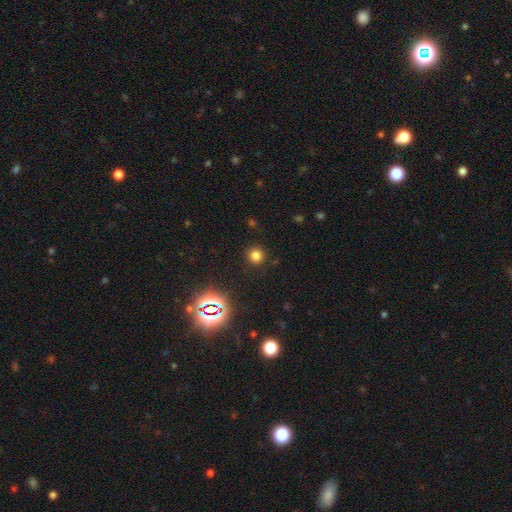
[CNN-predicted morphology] Overall: smooth (74%). How rounded: round (93%). Merging: none (90%).